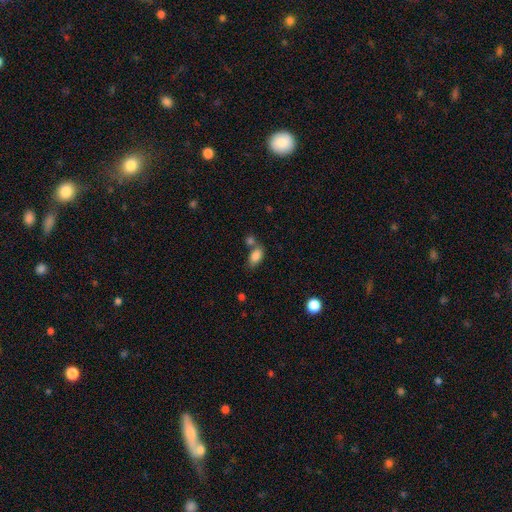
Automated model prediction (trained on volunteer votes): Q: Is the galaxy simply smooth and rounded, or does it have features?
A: smooth — 85%.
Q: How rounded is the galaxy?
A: in between — 90%.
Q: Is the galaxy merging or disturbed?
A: none — 50%.